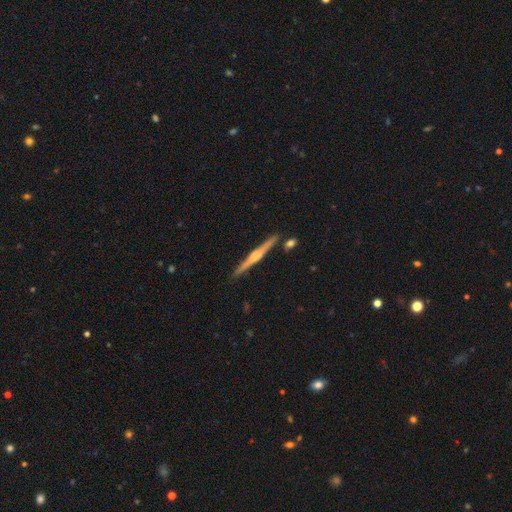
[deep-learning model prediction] A featured or disk galaxy (78%) viewed edge-on (98%) with a rounded central bulge (76%). Merging: none (88%).